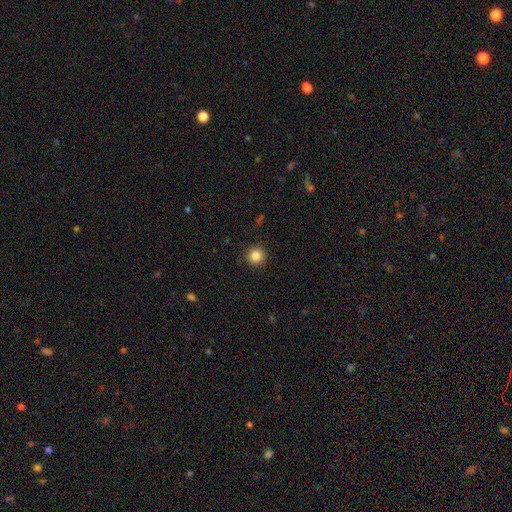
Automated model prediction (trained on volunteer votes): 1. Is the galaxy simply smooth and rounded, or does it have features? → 86% smooth, 10% star or artifact, 4% featured or disk.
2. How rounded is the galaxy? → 94% round, 5% in between, 1% cigar-shaped.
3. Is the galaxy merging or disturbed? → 90% none, 7% minor disturbance, 2% major disturbance, 1% merger.